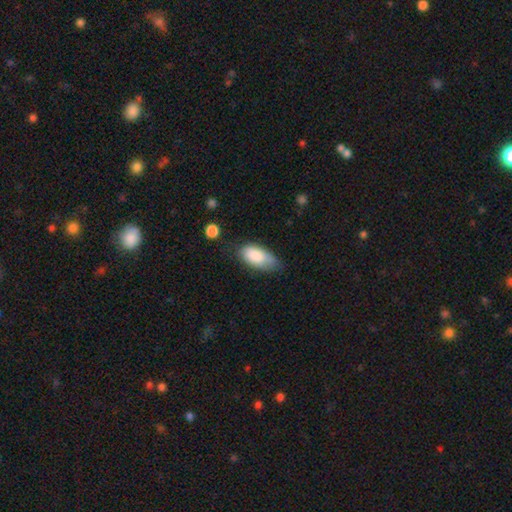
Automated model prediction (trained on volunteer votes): smooth-or-featured: smooth: 83% | featured or disk: 11% | star or artifact: 6%
  how-rounded: in between: 92% | cigar-shaped: 5% | round: 3%
  merging: none: 53% | minor disturbance: 34% | major disturbance: 10% | merger: 3%